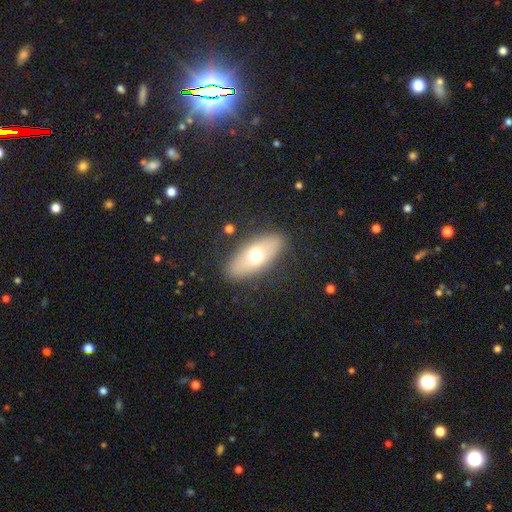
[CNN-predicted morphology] smooth 62%, featured or disk 30%, star or artifact 8%. Down the decision tree: how rounded — in between (82%); merging — none (84%).